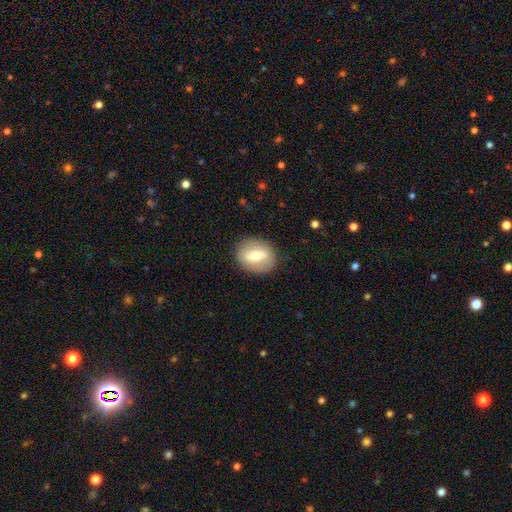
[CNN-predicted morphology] Overall: featured or disk (48%; smooth 45%). Merging: none (86%).